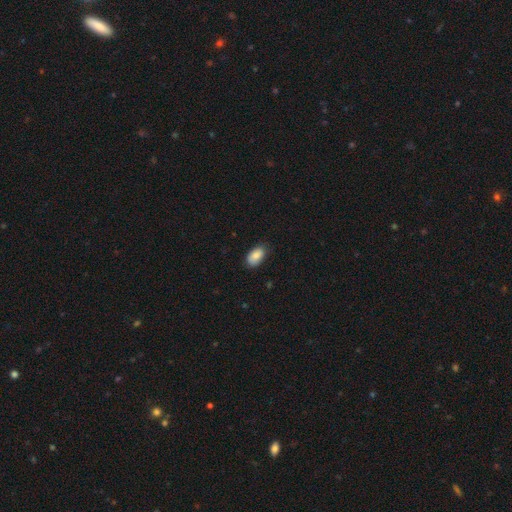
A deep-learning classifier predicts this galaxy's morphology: Q: Smooth or featured?
A: smooth (85%); runner-up: featured or disk (7%)
Q: How rounded?
A: in between (93%); runner-up: round (5%)
Q: Merging?
A: none (81%); runner-up: minor disturbance (16%)